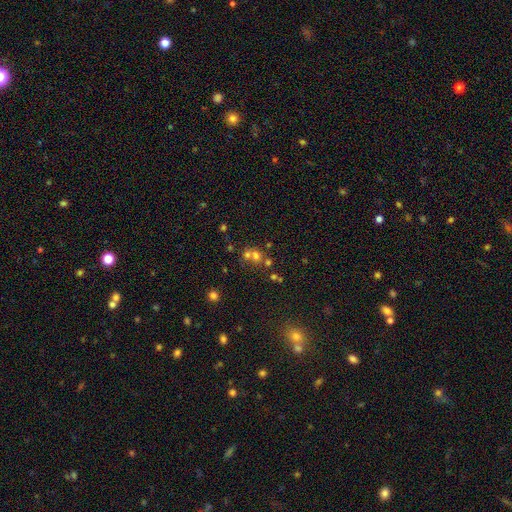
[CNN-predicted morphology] smooth_or_featured: smooth (p=0.56) [alt: star or artifact p=0.25]
how_rounded: round (p=0.77) [alt: in between p=0.22]
merging: merger (p=0.52) [alt: none p=0.37]